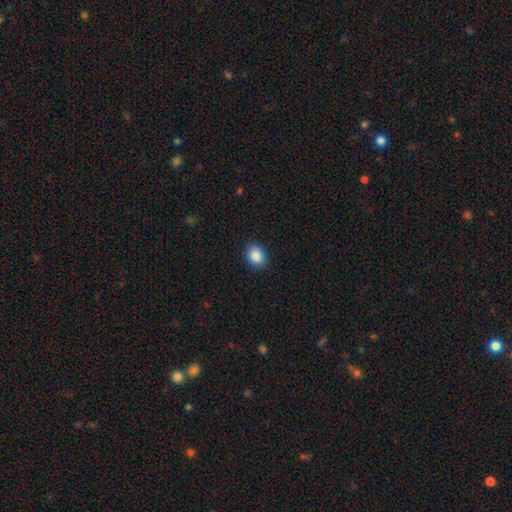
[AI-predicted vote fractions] A smooth galaxy with no disk features (88%) that is in between round and cigar-shaped (62%).

Vote fractions:
- Smooth or featured? smooth: 88% / star or artifact: 8% / featured or disk: 4%
- How rounded? in between: 62% / round: 37% / cigar-shaped: 1%
- Merging? none: 89% / minor disturbance: 8% / major disturbance: 2% / merger: 1%